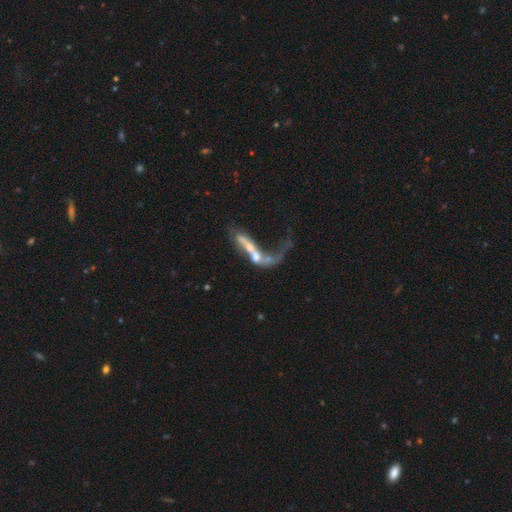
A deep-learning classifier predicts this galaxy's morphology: This appears to be a featured or disk galaxy (59%). Merging: merger (56%).